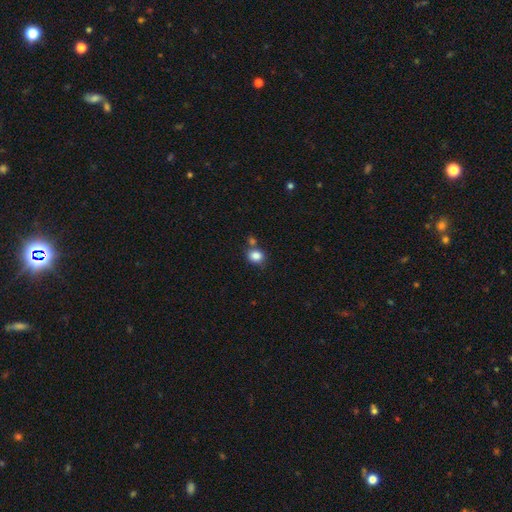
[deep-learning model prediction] Overall: smooth (85%). How rounded: round (63%; in between 36%). Merging: none (64%).